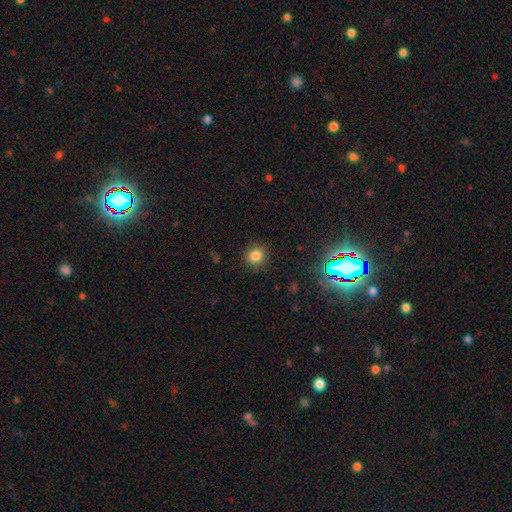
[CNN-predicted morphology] smooth_or_featured: smooth (p=0.82) [alt: star or artifact p=0.13]
how_rounded: round (p=0.85) [alt: in between p=0.14]
merging: none (p=0.88) [alt: minor disturbance p=0.08]